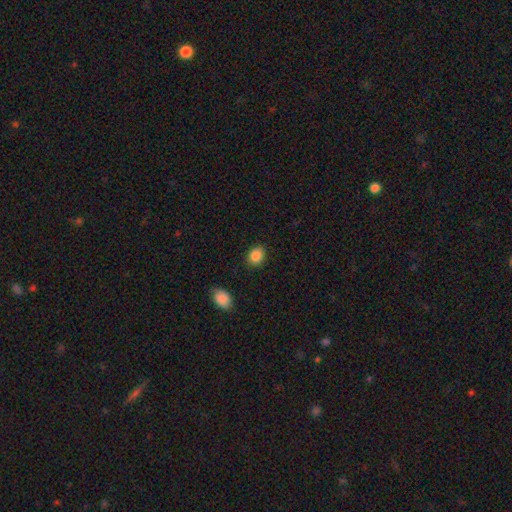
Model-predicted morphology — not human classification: smooth 86%, star or artifact 9%, featured or disk 4%. Down the decision tree: how rounded — in between (52%); merging — none (87%).